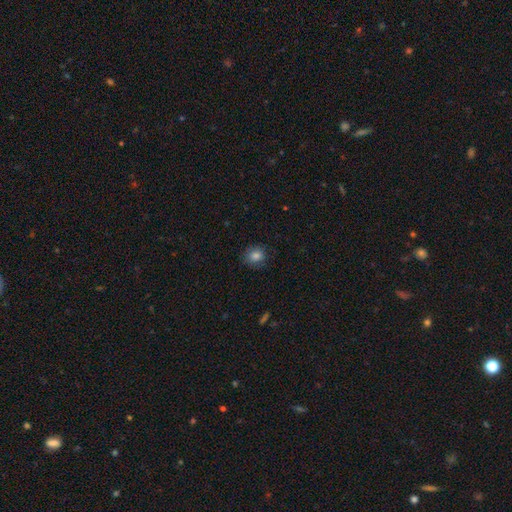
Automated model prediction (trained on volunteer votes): A smooth galaxy with no disk features (84%) that is round (71%). Merging: none (83%).